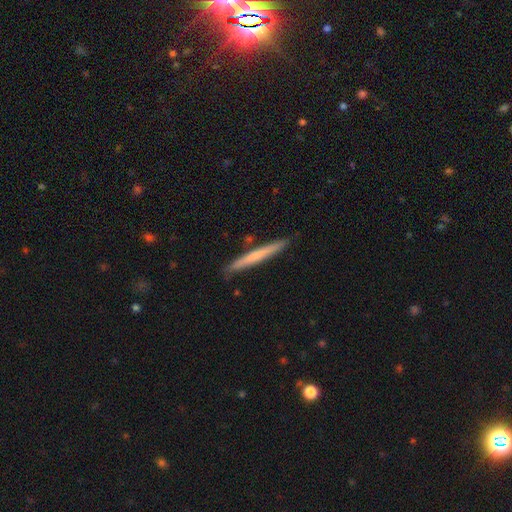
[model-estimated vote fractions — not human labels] Smooth or featured?
  - smooth: 60% *
  - featured or disk: 35%
  - star or artifact: 5%
How rounded?
  - cigar-shaped: 97% *
  - in between: 2%
  - round: 1%
Merging?
  - none: 88% *
  - minor disturbance: 8%
  - merger: 2%
  - major disturbance: 1%